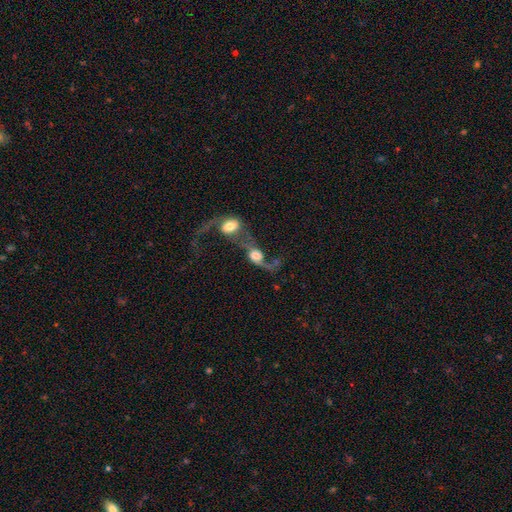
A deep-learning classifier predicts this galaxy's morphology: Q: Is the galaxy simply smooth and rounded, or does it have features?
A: featured or disk — 61%.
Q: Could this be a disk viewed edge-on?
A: no — 92%.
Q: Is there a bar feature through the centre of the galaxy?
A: no — 67%.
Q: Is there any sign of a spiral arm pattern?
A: yes — 79%.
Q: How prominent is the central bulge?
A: large — 43%.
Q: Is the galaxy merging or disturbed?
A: merger — 74%.